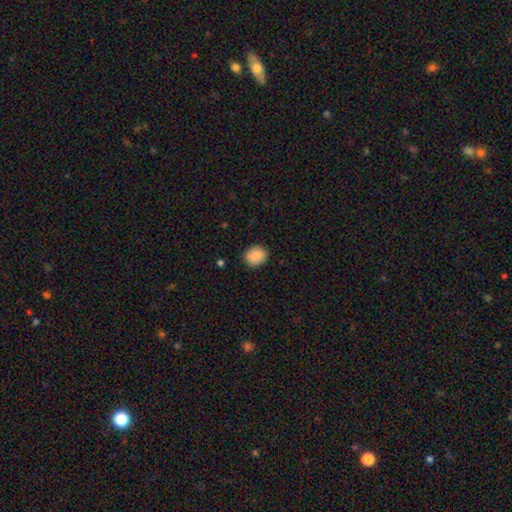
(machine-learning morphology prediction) Smooth or featured? smooth (88%)
How rounded? round (60%)
Merging? none (88%)